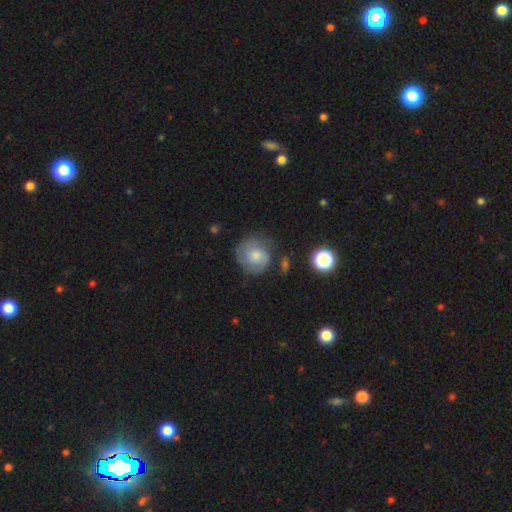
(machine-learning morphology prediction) The model was most divided on "smooth or featured": smooth: 60%, featured or disk: 31%, star or artifact: 9%. More confident: how rounded — round (84%); merging — none (62%).